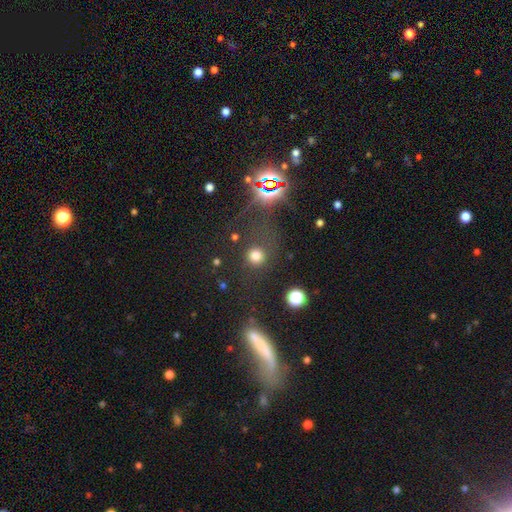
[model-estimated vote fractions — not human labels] This appears to be a smooth galaxy with no disk features (71%) that is round (91%). Merging: none (75%).